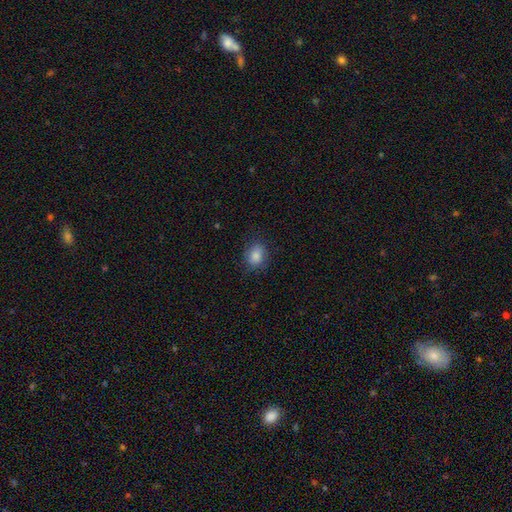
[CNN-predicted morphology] A smooth galaxy with no disk features (84%) that is in between round and cigar-shaped (56%). Merging: none (80%).